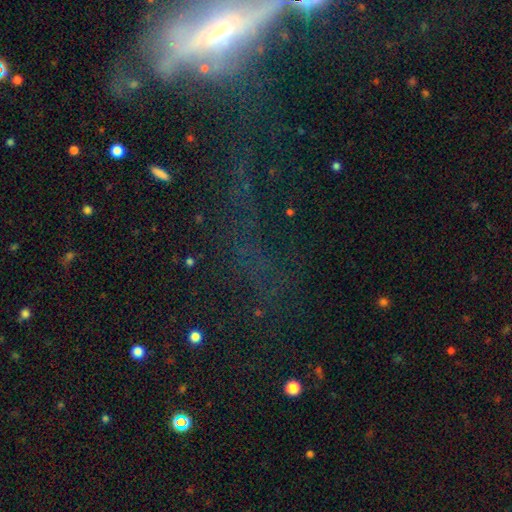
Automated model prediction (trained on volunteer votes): Overall: star or artifact (62%).